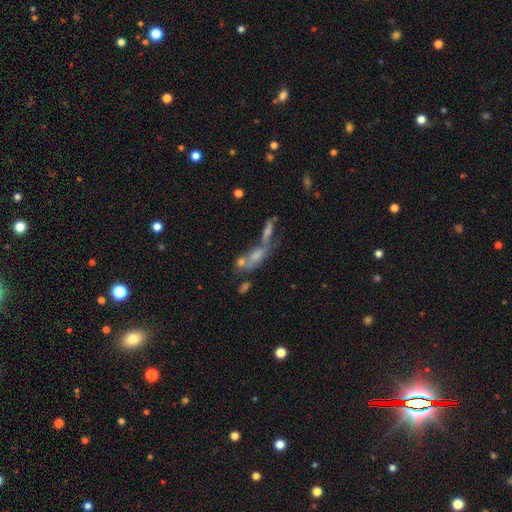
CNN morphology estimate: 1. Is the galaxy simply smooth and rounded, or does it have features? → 39% featured or disk, 35% smooth, 26% star or artifact.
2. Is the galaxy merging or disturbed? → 51% merger, 25% none, 14% major disturbance, 10% minor disturbance.